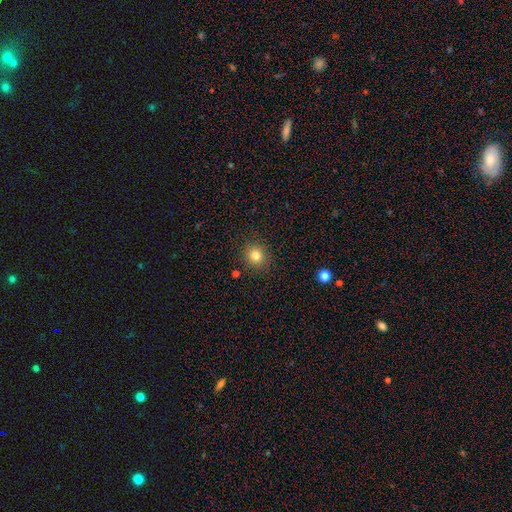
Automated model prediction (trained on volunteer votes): Smooth or featured?
  - smooth: 81% *
  - star or artifact: 13%
  - featured or disk: 7%
How rounded?
  - round: 89% *
  - in between: 10%
  - cigar-shaped: 1%
Merging?
  - none: 89% *
  - minor disturbance: 7%
  - major disturbance: 2%
  - merger: 2%